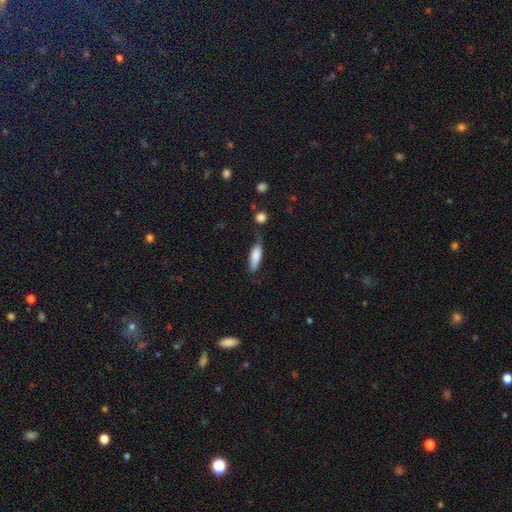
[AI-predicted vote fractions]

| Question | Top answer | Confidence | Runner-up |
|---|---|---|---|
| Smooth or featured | smooth | 80% | featured or disk (14%) |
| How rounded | in between | 57% | cigar-shaped (40%) |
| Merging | none | 54% | minor disturbance (30%) |